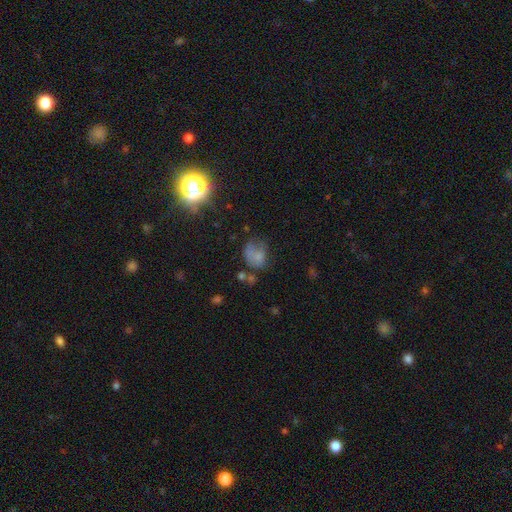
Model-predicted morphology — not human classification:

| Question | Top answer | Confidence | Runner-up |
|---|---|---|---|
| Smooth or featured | smooth | 62% | featured or disk (22%) |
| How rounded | in between | 55% | round (43%) |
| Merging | major disturbance | 33% | none (32%) |